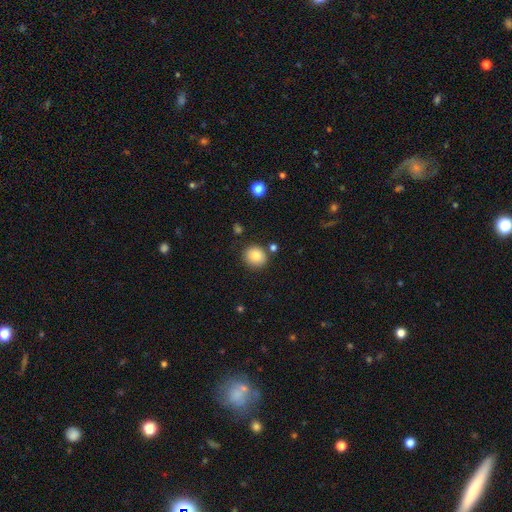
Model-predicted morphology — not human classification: This is clearly a smooth galaxy (84%). How rounded: clearly round (86%). Merging: clearly none (83%).